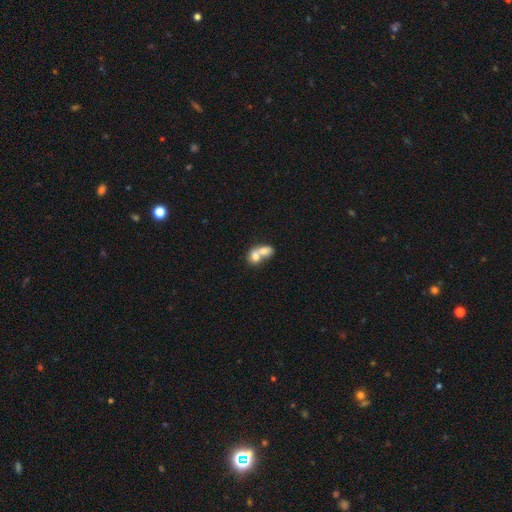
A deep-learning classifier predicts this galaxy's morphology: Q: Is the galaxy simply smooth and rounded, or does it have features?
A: smooth — 70%.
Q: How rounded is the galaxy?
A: in between — 57%.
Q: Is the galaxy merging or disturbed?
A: merger — 78%.